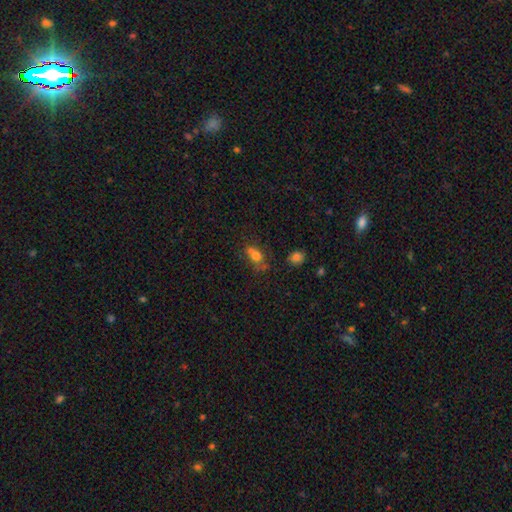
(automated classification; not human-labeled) Smooth or featured: smooth — 68% (featured or disk — 16%)
How rounded: in between — 60% (round — 35%)
Merging: none — 41% (merger — 31%)